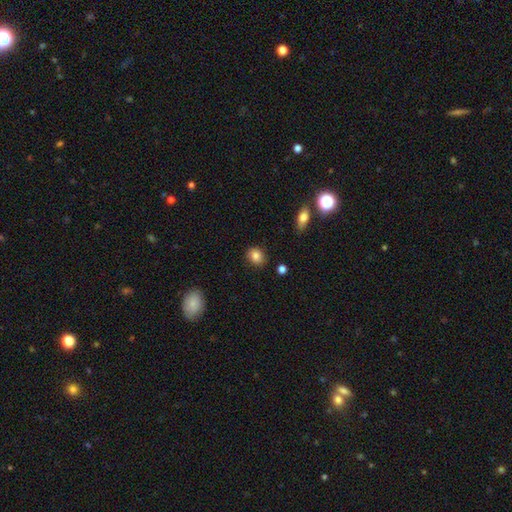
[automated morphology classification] type=smooth (83%); roundness=round (67%); merging=none (86%).